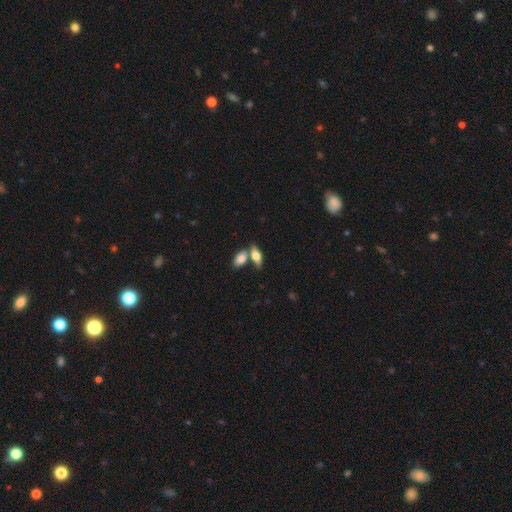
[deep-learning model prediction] Smooth or featured? Predicted: smooth (p=0.67). How rounded? Predicted: in between (p=0.79). Merging? Predicted: none (p=0.49).